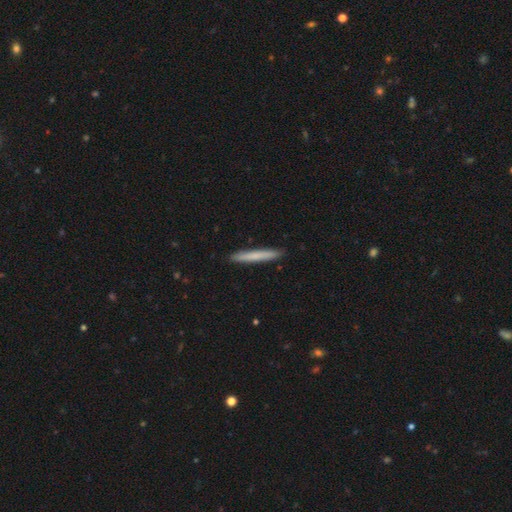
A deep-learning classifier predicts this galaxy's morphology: Q: Smooth or featured?
A: smooth (72%); runner-up: featured or disk (22%)
Q: How rounded?
A: cigar-shaped (97%); runner-up: in between (2%)
Q: Merging?
A: none (92%); runner-up: minor disturbance (5%)